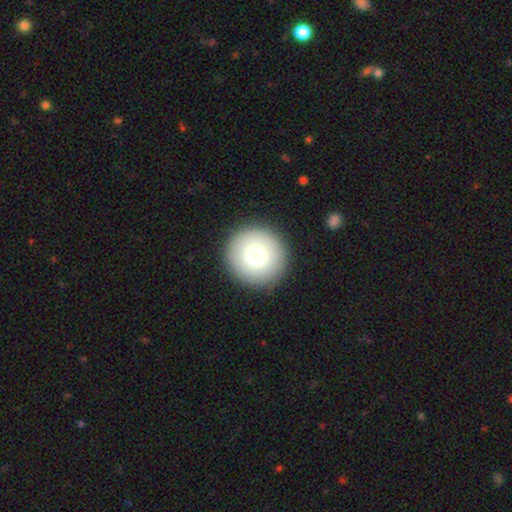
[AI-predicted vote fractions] The model was most divided on "smooth or featured": smooth: 75%, featured or disk: 15%, star or artifact: 10%. More confident: how rounded — round (94%); merging — none (91%).